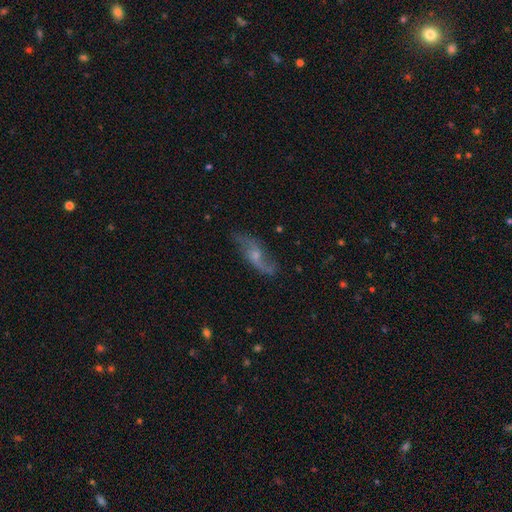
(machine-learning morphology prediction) type=featured or disk (75%); edge-on=no (87%); bar=no (58%); spiral arms=yes (91%); winding=loose (81%); arm count=2 (89%); bulge=small (50%); merging=none (72%).